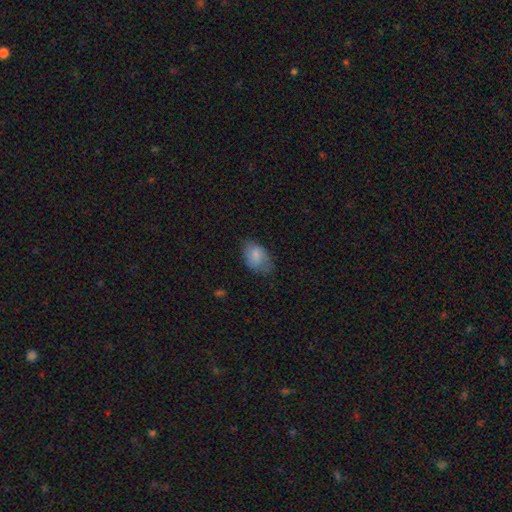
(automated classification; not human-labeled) Smooth or featured? smooth (79%)
How rounded? in between (90%)
Merging? none (60%)